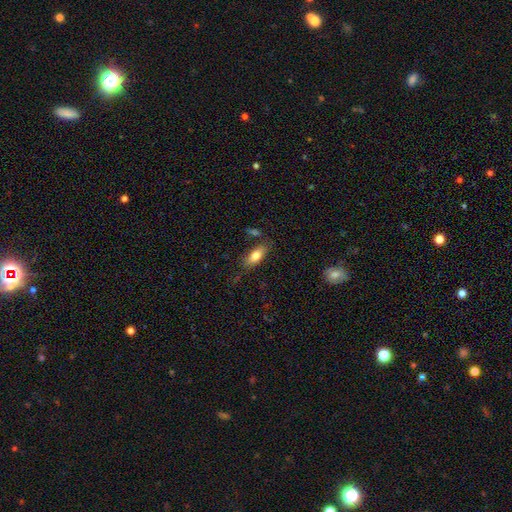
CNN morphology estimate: Overall: smooth (77%). How rounded: in between (81%). Merging: none (75%).